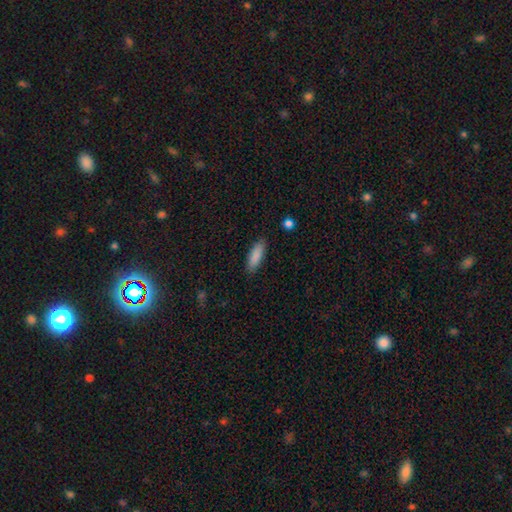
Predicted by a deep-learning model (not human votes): smooth 88%, star or artifact 6%, featured or disk 6%. Down the decision tree: how rounded — in between (52%); merging — none (87%).